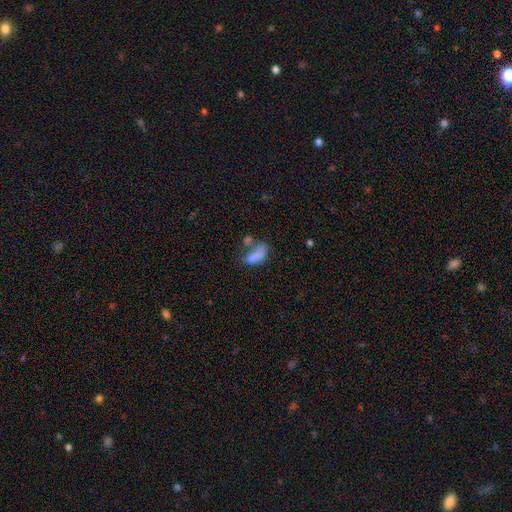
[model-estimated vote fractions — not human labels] This appears to be a smooth galaxy with no disk features (70%) that is in between round and cigar-shaped (87%). Merging: merger (37%).